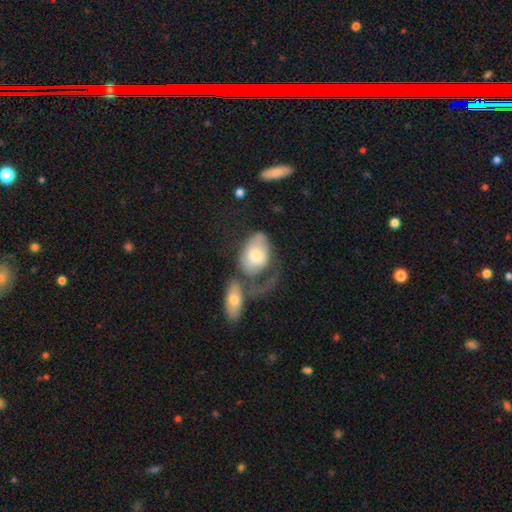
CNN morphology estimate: A smooth galaxy with no disk features (60%) that is in between round and cigar-shaped (84%).

Vote fractions:
- Smooth or featured? smooth: 60% / featured or disk: 34% / star or artifact: 6%
- How rounded? in between: 84% / round: 14% / cigar-shaped: 2%
- Merging? major disturbance: 37% / merger: 33% / none: 18% / minor disturbance: 13%